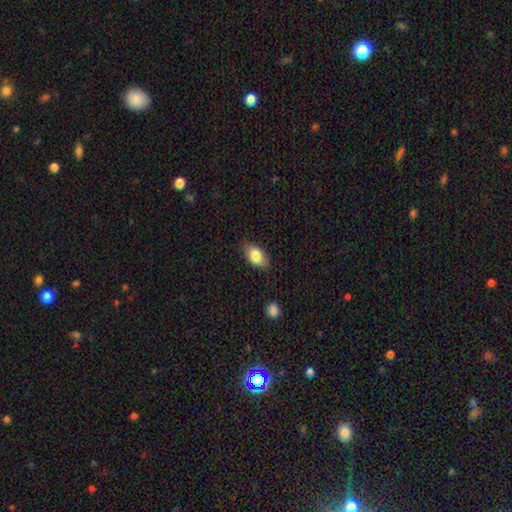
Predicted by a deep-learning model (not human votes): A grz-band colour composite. It shows a smooth galaxy with no disk features (83%) that is in between round and cigar-shaped (88%). Merging: none (81%).